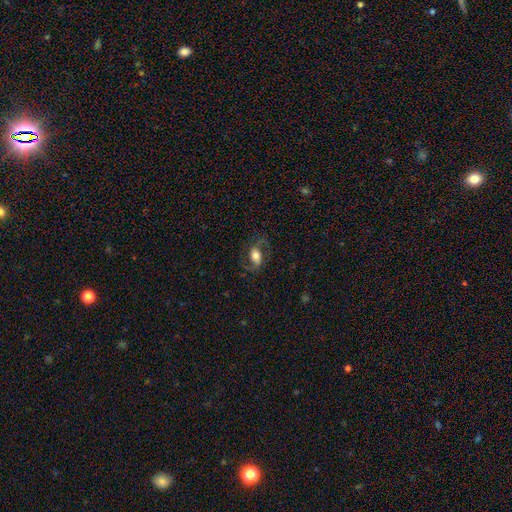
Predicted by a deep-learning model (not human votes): Q: Smooth or featured?
A: featured or disk (62%); runner-up: smooth (31%)
Q: Edge-on disk?
A: no (94%); runner-up: yes (6%)
Q: Bar?
A: no (42%); runner-up: weak (33%)
Q: Spiral arms?
A: yes (86%); runner-up: no (14%)
Q: Spiral winding?
A: medium (47%); runner-up: loose (39%)
Q: Spiral arm count?
A: 2 (89%); runner-up: can't tell (4%)
Q: Bulge size?
A: moderate (54%); runner-up: large (31%)
Q: Merging?
A: none (71%); runner-up: minor disturbance (15%)